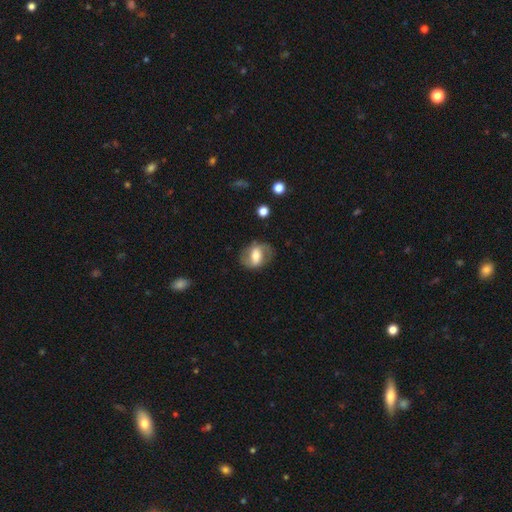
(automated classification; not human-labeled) The model was most divided on "smooth or featured": featured or disk: 53%, smooth: 40%, star or artifact: 7%. More confident: edge-on disk — no (93%); merging — none (73%).